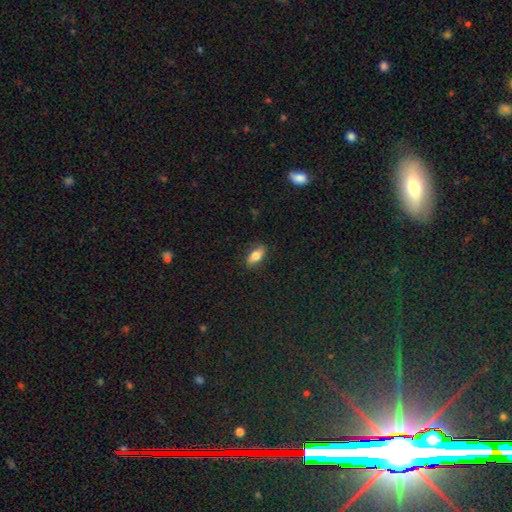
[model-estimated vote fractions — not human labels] Smooth or featured?
  - smooth: 75% *
  - featured or disk: 17%
  - star or artifact: 8%
How rounded?
  - in between: 83% *
  - cigar-shaped: 12%
  - round: 4%
Merging?
  - none: 82% *
  - minor disturbance: 14%
  - major disturbance: 3%
  - merger: 1%